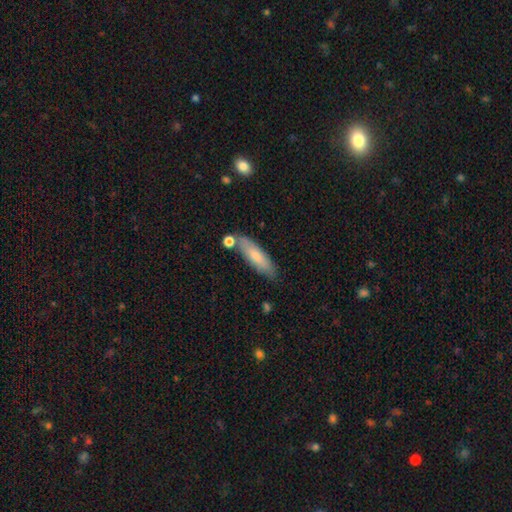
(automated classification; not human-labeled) Smooth or featured? smooth (72%)
How rounded? cigar-shaped (57%)
Merging? none (74%)